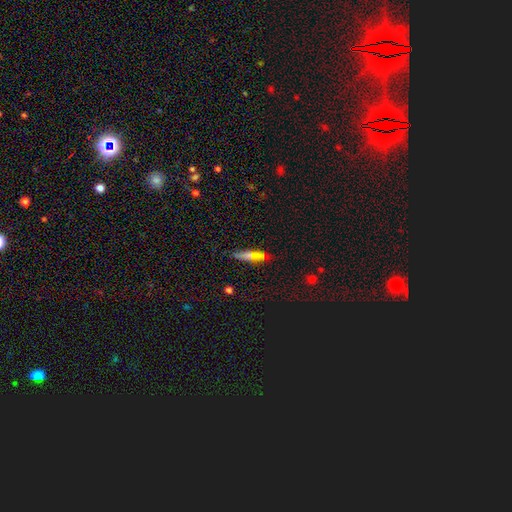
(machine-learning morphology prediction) smooth 60%, featured or disk 26%, star or artifact 14%. Down the decision tree: how rounded — cigar-shaped (69%); merging — none (76%).